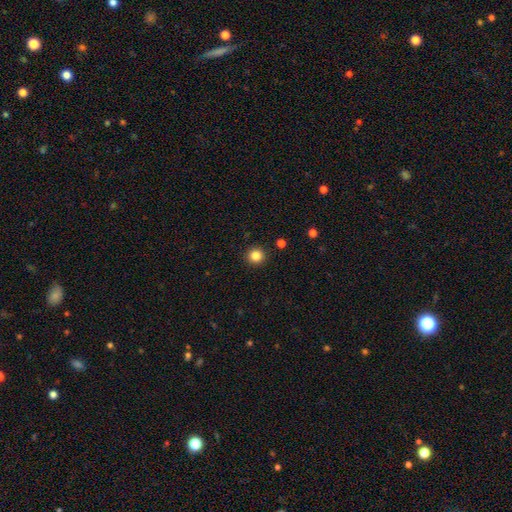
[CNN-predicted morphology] This is clearly a smooth galaxy (84%). How rounded: clearly round (94%). Merging: clearly none (93%).